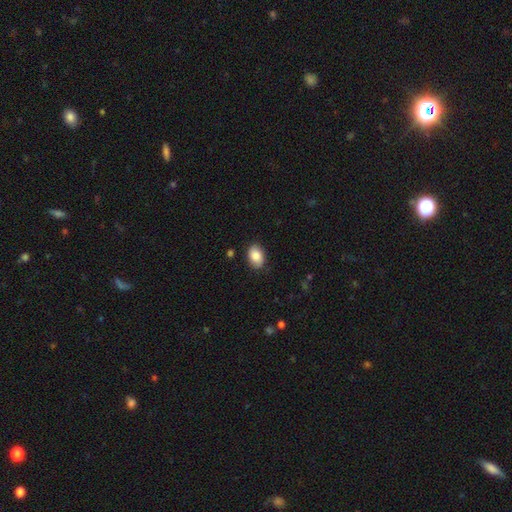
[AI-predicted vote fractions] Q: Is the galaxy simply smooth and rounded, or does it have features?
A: smooth — 86%.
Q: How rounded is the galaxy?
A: in between — 84%.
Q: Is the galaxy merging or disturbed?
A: none — 84%.